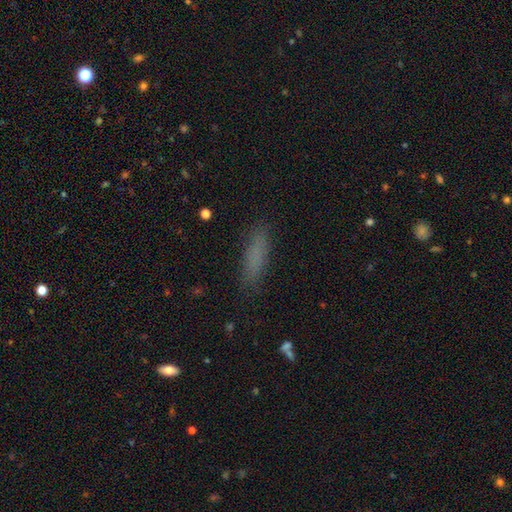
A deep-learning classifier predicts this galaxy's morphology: type=smooth (78%); roundness=cigar-shaped (72%); merging=none (85%).